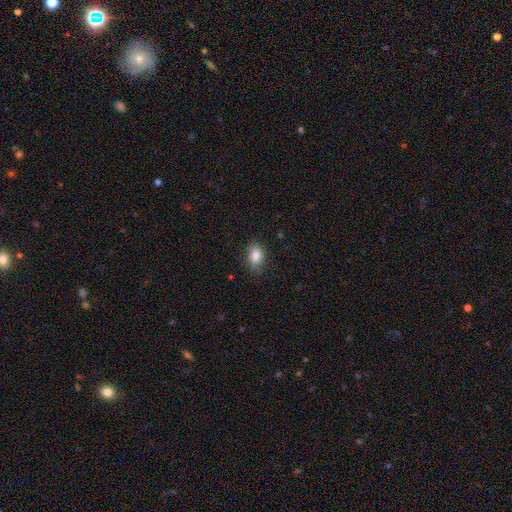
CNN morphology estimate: Smooth or featured? smooth (84%)
How rounded? in between (80%)
Merging? none (75%)